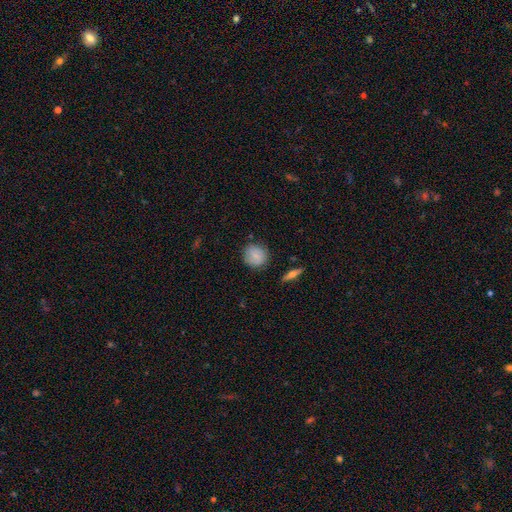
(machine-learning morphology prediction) Smooth or featured?
  - smooth: 75% *
  - featured or disk: 17%
  - star or artifact: 8%
How rounded?
  - round: 87% *
  - in between: 12%
  - cigar-shaped: 1%
Merging?
  - none: 82% *
  - minor disturbance: 13%
  - major disturbance: 3%
  - merger: 2%